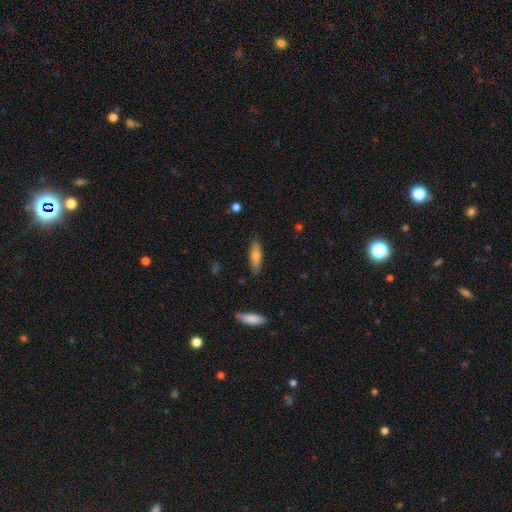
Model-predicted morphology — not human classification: This is likely a smooth galaxy (71%). How rounded: possibly in between (52%). Merging: clearly none (84%).